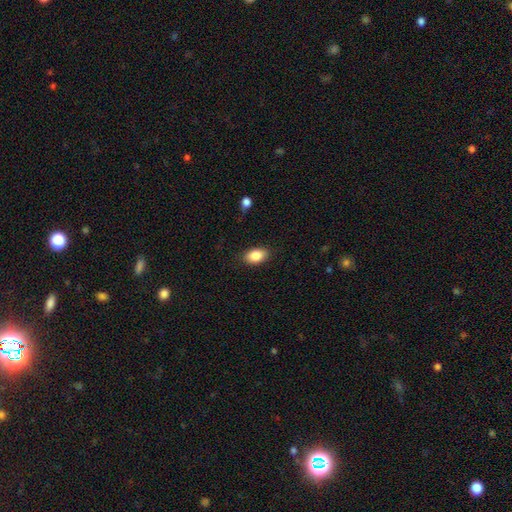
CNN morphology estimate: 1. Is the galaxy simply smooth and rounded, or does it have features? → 86% smooth, 8% star or artifact, 7% featured or disk.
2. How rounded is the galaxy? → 90% in between, 8% round, 2% cigar-shaped.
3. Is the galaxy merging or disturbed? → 86% none, 10% minor disturbance, 3% major disturbance, 1% merger.